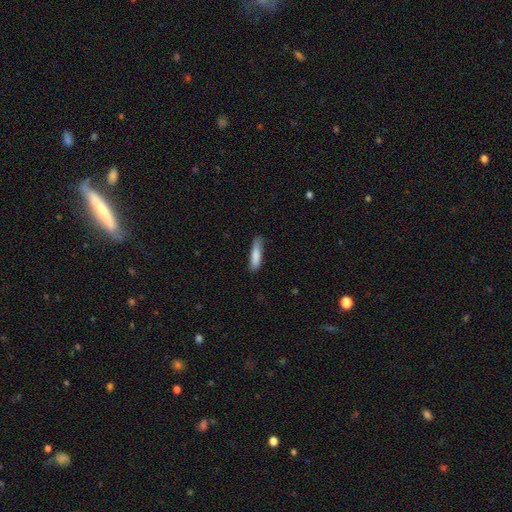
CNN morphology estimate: This appears to be a smooth galaxy with no disk features (83%) that is cigar-shaped (78%). Merging: none (75%).